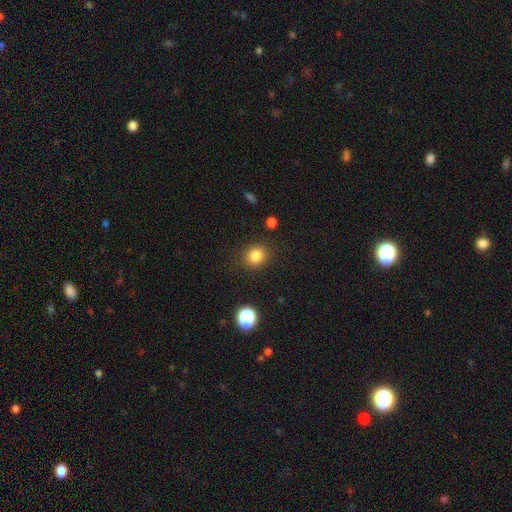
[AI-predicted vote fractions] A smooth galaxy with no disk features (83%) that is round (72%).

Vote fractions:
- Smooth or featured? smooth: 83% / star or artifact: 12% / featured or disk: 5%
- How rounded? round: 72% / in between: 27% / cigar-shaped: 1%
- Merging? none: 87% / minor disturbance: 9% / major disturbance: 3% / merger: 2%